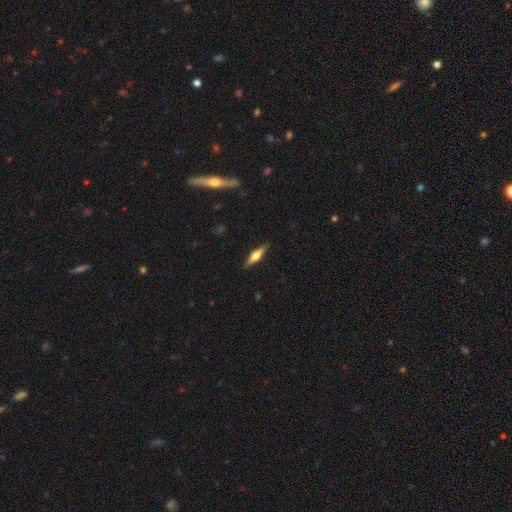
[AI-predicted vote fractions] This is possibly a featured or disk galaxy (51%). It is clearly viewed edge-on (94%). Merging: clearly none (88%).